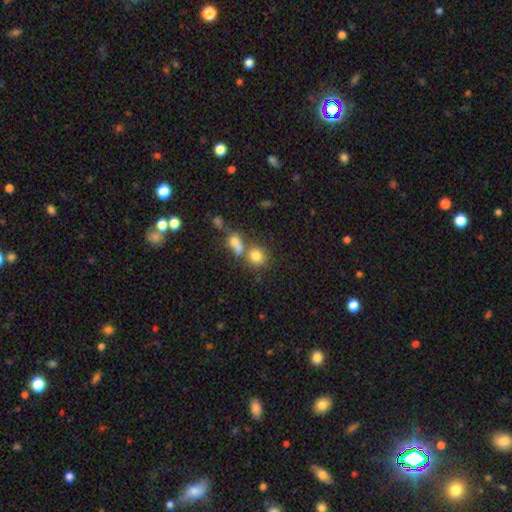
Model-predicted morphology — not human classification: Smooth or featured? Predicted: smooth (p=0.79). How rounded? Predicted: round (p=0.74). Merging? Predicted: none (p=0.49).